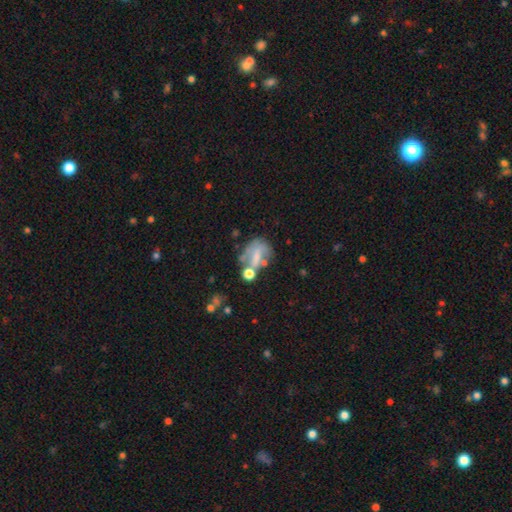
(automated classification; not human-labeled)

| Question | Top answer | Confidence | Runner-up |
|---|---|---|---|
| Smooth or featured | smooth | 48% | featured or disk (37%) |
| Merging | none | 29% | major disturbance (26%) |